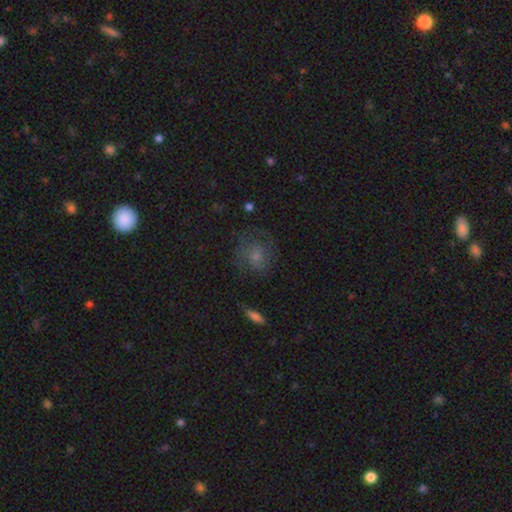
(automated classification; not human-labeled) A smooth galaxy with no disk features (57%) that is round (75%).

Vote fractions:
- Smooth or featured? smooth: 57% / featured or disk: 31% / star or artifact: 12%
- How rounded? round: 75% / in between: 24% / cigar-shaped: 1%
- Merging? none: 59% / minor disturbance: 22% / major disturbance: 17% / merger: 2%